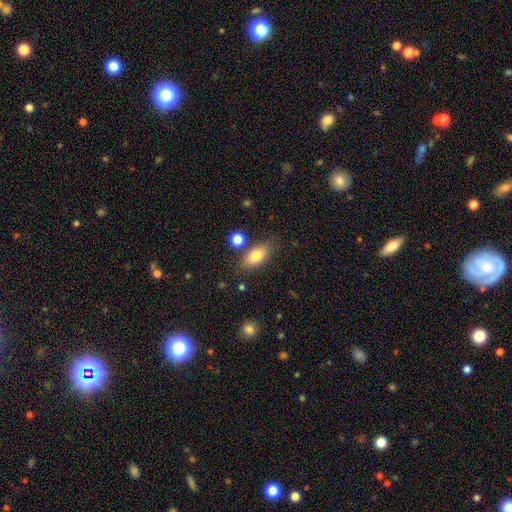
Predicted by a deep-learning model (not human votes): smooth-or-featured: smooth: 79% | featured or disk: 13% | star or artifact: 8%
  how-rounded: in between: 85% | cigar-shaped: 8% | round: 7%
  merging: none: 74% | minor disturbance: 14% | merger: 8% | major disturbance: 4%